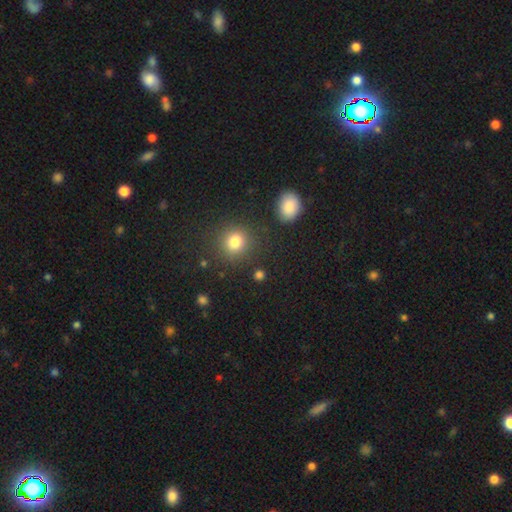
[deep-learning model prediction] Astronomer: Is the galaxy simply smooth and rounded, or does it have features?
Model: smooth — 58% (runner-up: star or artifact, 36%).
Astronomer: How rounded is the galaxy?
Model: round — 91%.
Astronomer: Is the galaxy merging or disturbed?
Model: none — 88%.